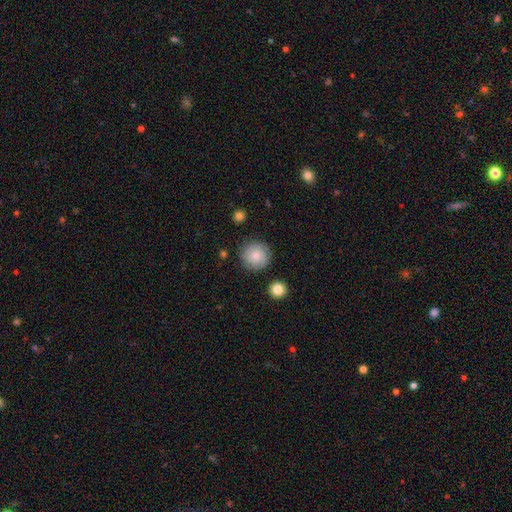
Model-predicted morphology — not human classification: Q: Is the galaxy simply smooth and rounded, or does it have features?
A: smooth — 76%.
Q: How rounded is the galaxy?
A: round — 94%.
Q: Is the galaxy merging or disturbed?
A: none — 86%.